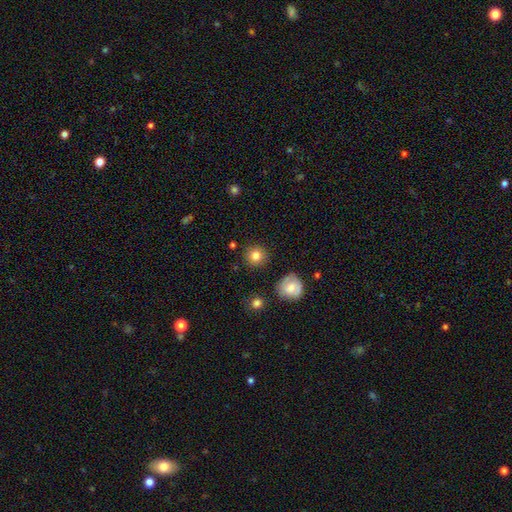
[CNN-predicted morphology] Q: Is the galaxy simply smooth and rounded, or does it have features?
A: smooth — 82%.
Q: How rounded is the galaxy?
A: round — 94%.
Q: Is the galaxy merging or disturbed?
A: none — 88%.